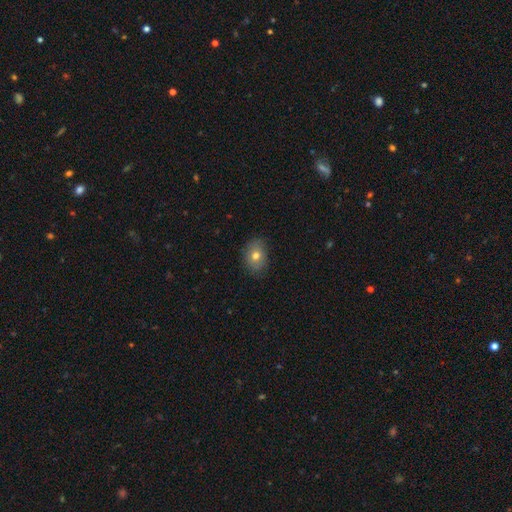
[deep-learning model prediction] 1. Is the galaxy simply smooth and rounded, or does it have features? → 75% smooth, 15% featured or disk, 10% star or artifact.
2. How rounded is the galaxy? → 63% in between, 36% round, 1% cigar-shaped.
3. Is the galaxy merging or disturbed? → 83% none, 13% minor disturbance, 3% major disturbance, 1% merger.